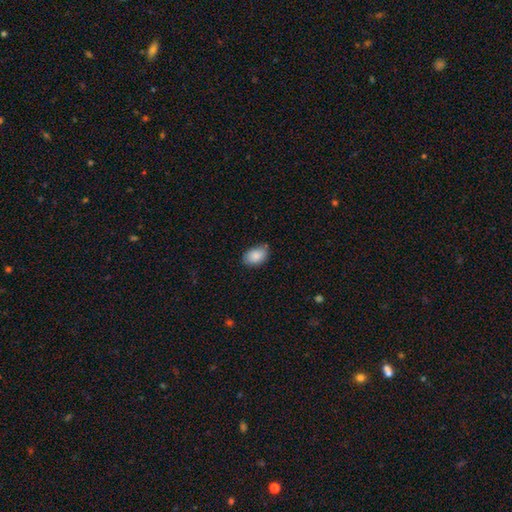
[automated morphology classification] This is clearly a smooth galaxy (87%). How rounded: clearly in between (88%). Merging: likely none (74%).